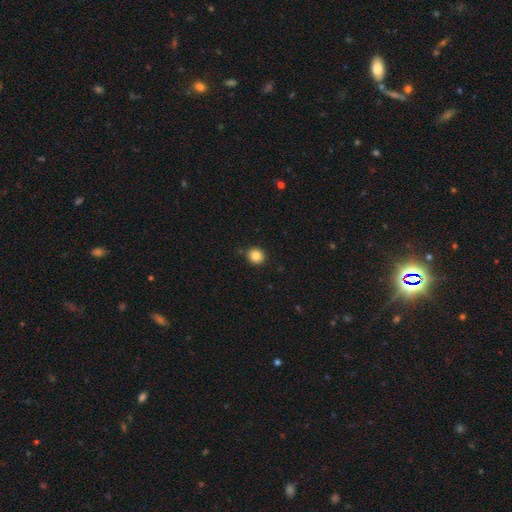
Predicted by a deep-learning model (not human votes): Smooth or featured?
  - smooth: 84% *
  - star or artifact: 11%
  - featured or disk: 5%
How rounded?
  - round: 86% *
  - in between: 13%
  - cigar-shaped: 1%
Merging?
  - none: 88% *
  - minor disturbance: 8%
  - merger: 2%
  - major disturbance: 2%